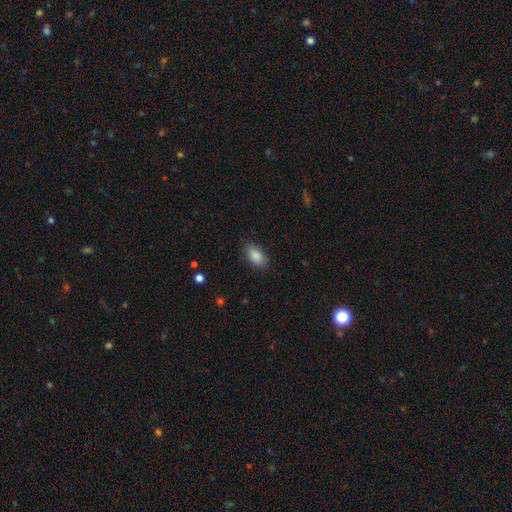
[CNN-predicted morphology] Q: Smooth or featured?
A: smooth (88%); runner-up: star or artifact (7%)
Q: How rounded?
A: in between (93%); runner-up: round (4%)
Q: Merging?
A: none (87%); runner-up: minor disturbance (10%)